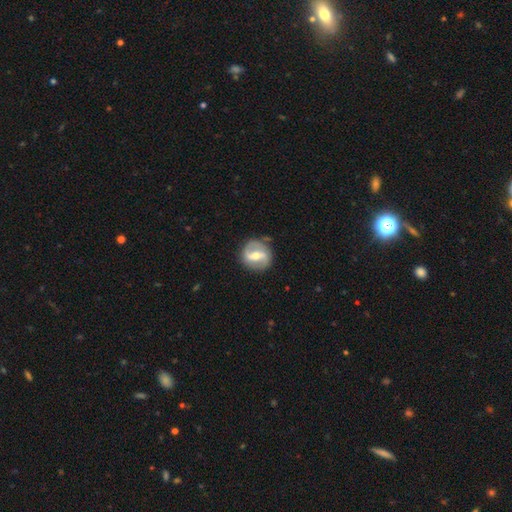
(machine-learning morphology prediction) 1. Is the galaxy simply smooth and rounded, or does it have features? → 77% featured or disk, 18% smooth, 5% star or artifact.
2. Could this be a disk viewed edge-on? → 96% no, 4% yes.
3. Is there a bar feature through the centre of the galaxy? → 54% strong, 34% weak, 12% no.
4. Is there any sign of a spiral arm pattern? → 79% yes, 21% no.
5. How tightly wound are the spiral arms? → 43% medium, 30% loose, 28% tight.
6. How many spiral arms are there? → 86% 2, 7% can't tell, 3% 1, 1% 3, 1% 4, 1% more than 4.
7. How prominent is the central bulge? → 62% moderate, 32% small, 4% large, 1% none, 1% dominant.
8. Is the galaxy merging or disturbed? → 81% none, 13% minor disturbance, 4% major disturbance, 2% merger.